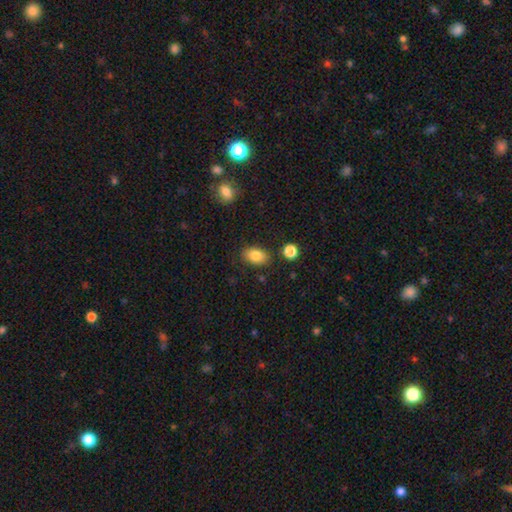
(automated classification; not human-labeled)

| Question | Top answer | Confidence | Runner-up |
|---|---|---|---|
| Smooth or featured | smooth | 83% | star or artifact (8%) |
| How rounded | in between | 87% | round (11%) |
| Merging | none | 83% | minor disturbance (12%) |